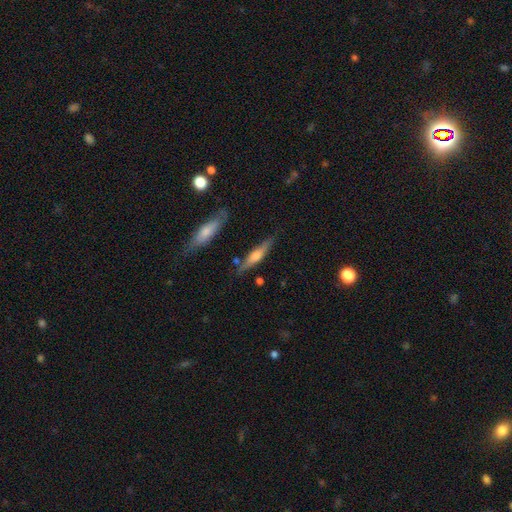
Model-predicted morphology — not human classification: A featured or disk galaxy (55%) viewed edge-on (95%) with a rounded central bulge (80%).

Vote fractions:
- Smooth or featured? featured or disk: 55% / smooth: 38% / star or artifact: 6%
- Edge-on disk? yes: 95% / no: 5%
- Edge-on bulge? rounded: 80% / boxy: 13% / none: 7%
- Merging? none: 81% / minor disturbance: 12% / merger: 4% / major disturbance: 3%